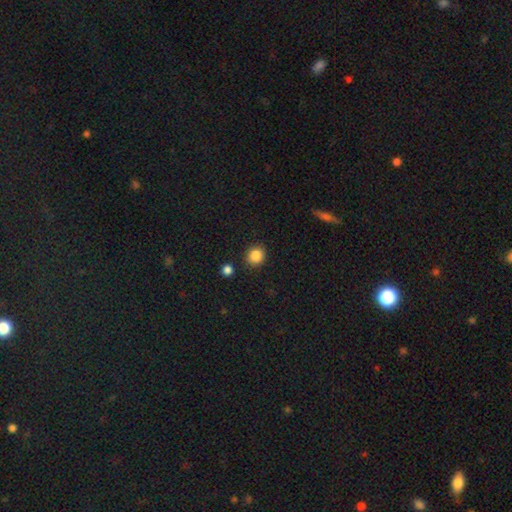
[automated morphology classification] A smooth galaxy with no disk features (87%) that is round (79%).

Vote fractions:
- Smooth or featured? smooth: 87% / star or artifact: 10% / featured or disk: 4%
- How rounded? round: 79% / in between: 20% / cigar-shaped: 1%
- Merging? none: 87% / minor disturbance: 8% / merger: 3% / major disturbance: 2%